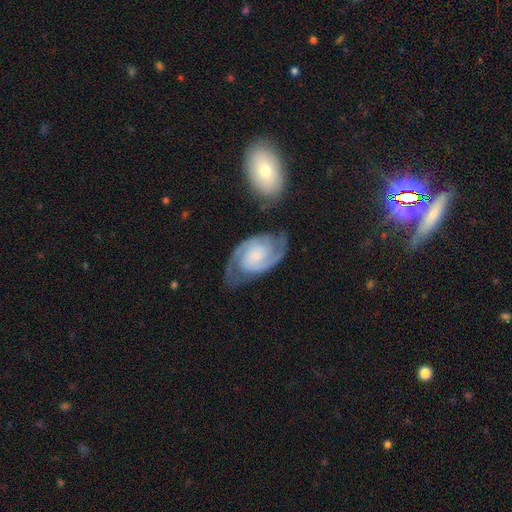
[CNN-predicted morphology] A featured or disk galaxy (89%) with no bar (59%), 2 (90%) tight (50%) spiral arms (98%) and a small central bulge (57%). Merging: none (72%).